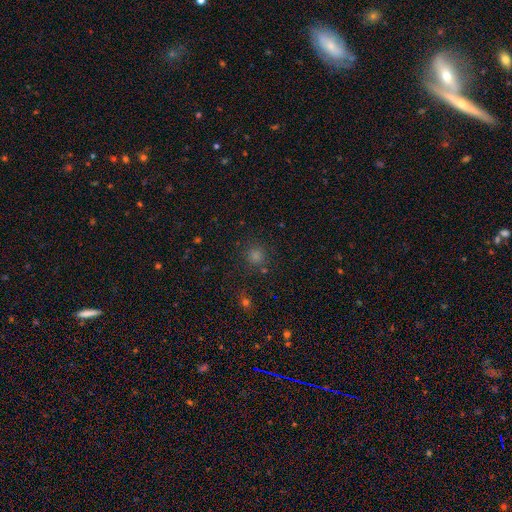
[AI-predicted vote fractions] A smooth galaxy with no disk features (64%) that is round (93%).

Vote fractions:
- Smooth or featured? smooth: 64% / star or artifact: 30% / featured or disk: 5%
- How rounded? round: 93% / in between: 6% / cigar-shaped: 1%
- Merging? none: 86% / minor disturbance: 8% / merger: 3% / major disturbance: 3%